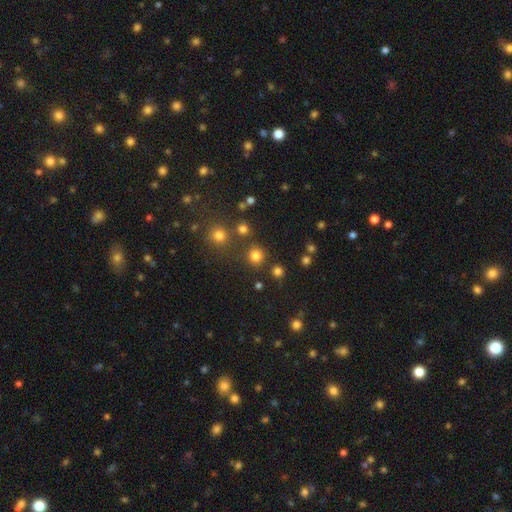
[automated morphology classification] smooth_or_featured: smooth (p=0.79) [alt: star or artifact p=0.16]
how_rounded: round (p=0.93) [alt: in between p=0.06]
merging: none (p=0.84) [alt: merger p=0.07]